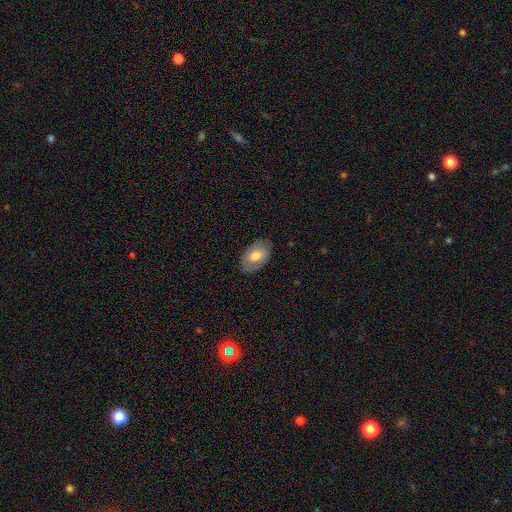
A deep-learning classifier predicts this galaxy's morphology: smooth-or-featured: smooth: 64% | featured or disk: 29% | star or artifact: 7%
  how-rounded: in between: 90% | round: 9% | cigar-shaped: 1%
  merging: none: 82% | minor disturbance: 14% | major disturbance: 3% | merger: 1%